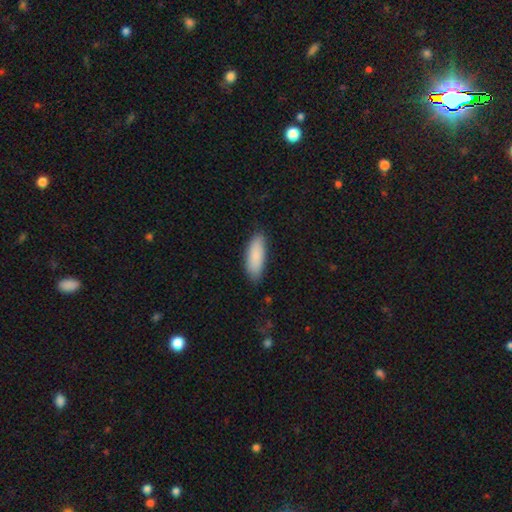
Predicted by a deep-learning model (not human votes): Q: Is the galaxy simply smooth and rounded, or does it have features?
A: smooth — 87%.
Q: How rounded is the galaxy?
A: in between — 68%.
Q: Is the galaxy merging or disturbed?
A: none — 84%.